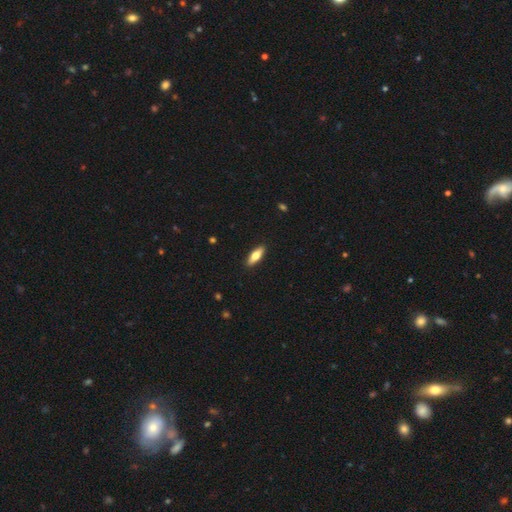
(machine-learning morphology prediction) Smooth or featured? smooth (67%)
How rounded? in between (56%)
Merging? none (91%)